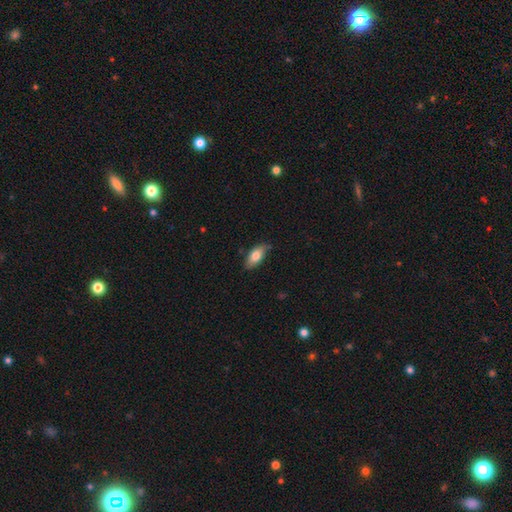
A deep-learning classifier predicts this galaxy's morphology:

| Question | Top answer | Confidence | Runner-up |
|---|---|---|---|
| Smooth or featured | smooth | 77% | featured or disk (16%) |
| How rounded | in between | 86% | cigar-shaped (11%) |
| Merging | none | 76% | minor disturbance (19%) |